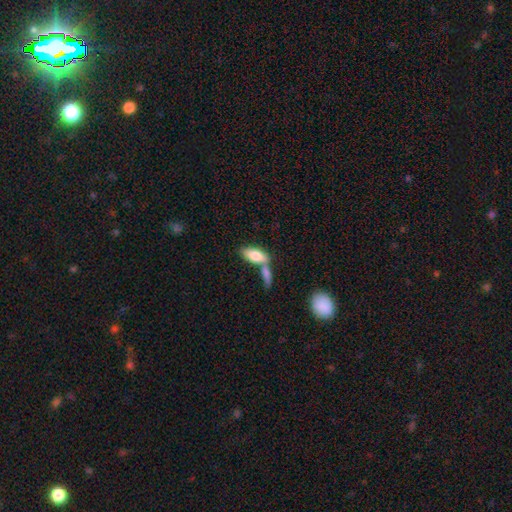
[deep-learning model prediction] This is likely a smooth galaxy (78%). How rounded: clearly in between (84%). Merging: possibly merger (51%).